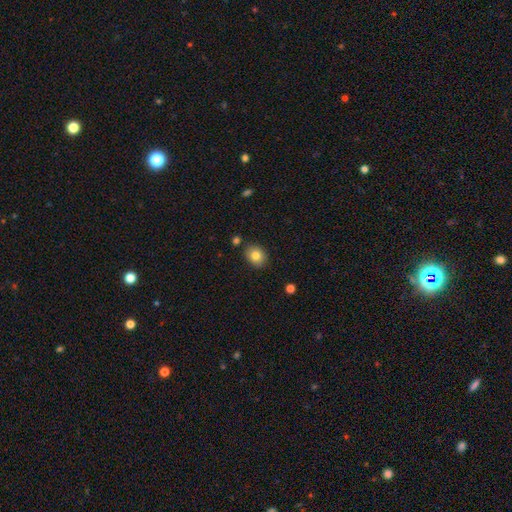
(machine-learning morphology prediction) Smooth or featured: smooth — 81% (featured or disk — 10%)
How rounded: round — 57% (in between — 43%)
Merging: none — 84% (minor disturbance — 10%)